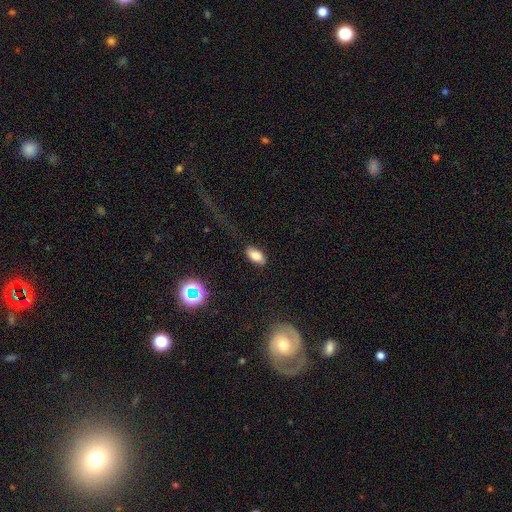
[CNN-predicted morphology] This is clearly a smooth galaxy (81%). How rounded: clearly in between (93%). Merging: clearly none (81%).